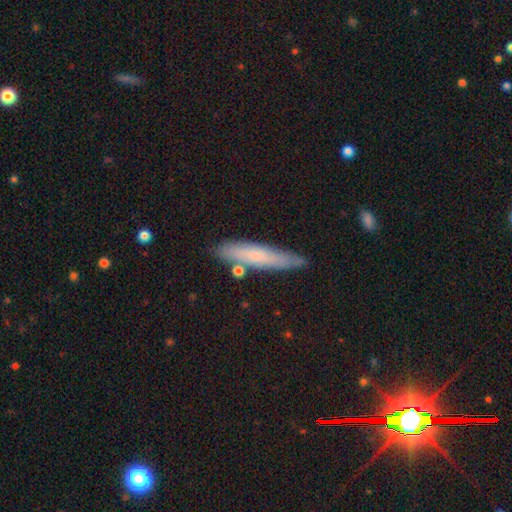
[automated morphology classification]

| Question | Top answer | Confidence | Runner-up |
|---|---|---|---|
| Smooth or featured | smooth | 64% | featured or disk (29%) |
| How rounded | cigar-shaped | 88% | in between (11%) |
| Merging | none | 77% | minor disturbance (16%) |